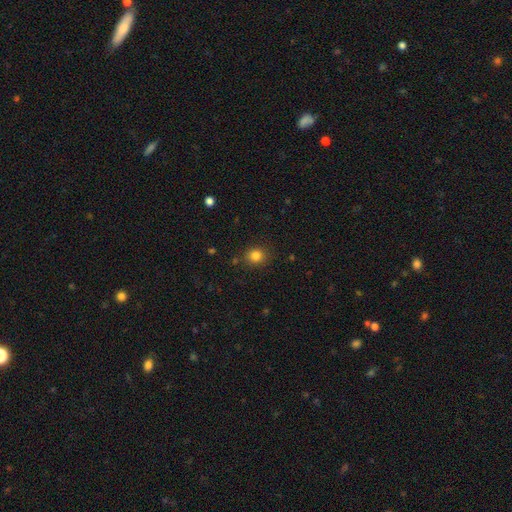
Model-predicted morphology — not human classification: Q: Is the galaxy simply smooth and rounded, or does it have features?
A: smooth — 82%.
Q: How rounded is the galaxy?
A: round — 80%.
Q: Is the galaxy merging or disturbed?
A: none — 86%.